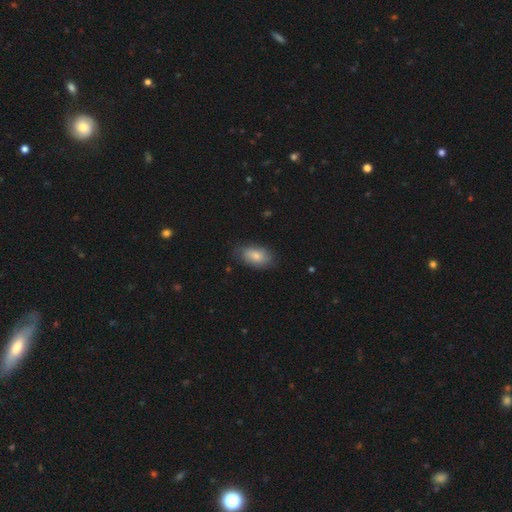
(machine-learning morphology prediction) Smooth or featured: smooth — 79% (featured or disk — 15%)
How rounded: in between — 91% (round — 6%)
Merging: none — 72% (minor disturbance — 22%)